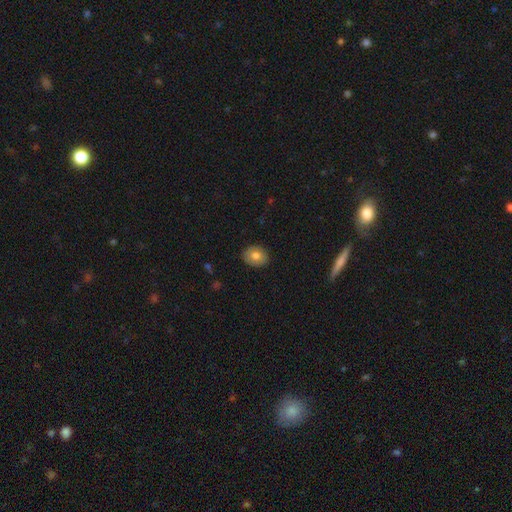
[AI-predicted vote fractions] Smooth or featured: smooth — 77% (featured or disk — 15%)
How rounded: round — 55% (in between — 44%)
Merging: none — 88% (minor disturbance — 9%)